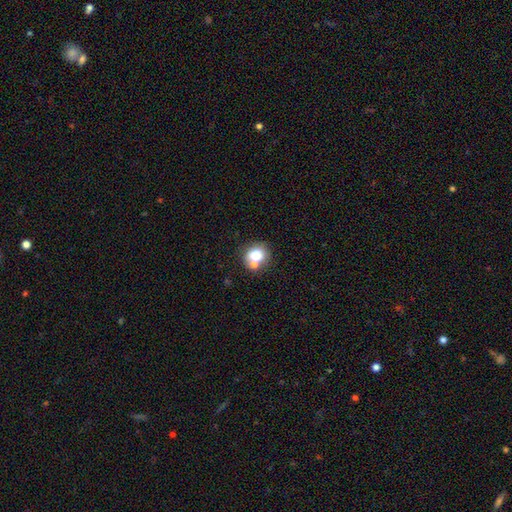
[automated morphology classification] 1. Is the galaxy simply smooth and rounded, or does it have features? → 75% smooth, 15% featured or disk, 11% star or artifact.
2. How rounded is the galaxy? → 70% round, 29% in between, 1% cigar-shaped.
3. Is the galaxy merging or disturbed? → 50% none, 34% merger, 12% minor disturbance, 5% major disturbance.